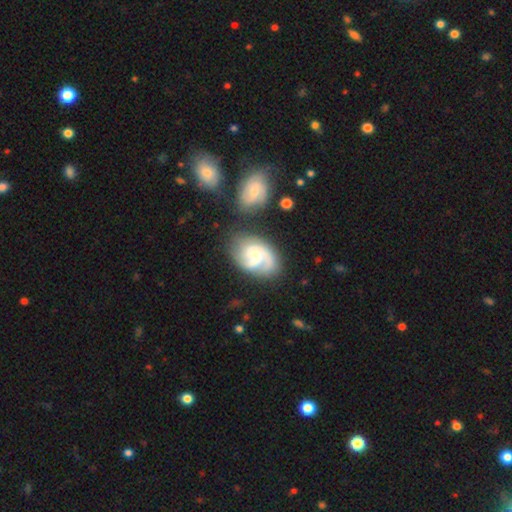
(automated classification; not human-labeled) Morphology: type=featured or disk (79%); edge-on=no (97%); bar=no (53%); spiral arms=yes (95%); winding=medium (44%); arm count=2 (43%); bulge=small (57%); merging=none (56%).